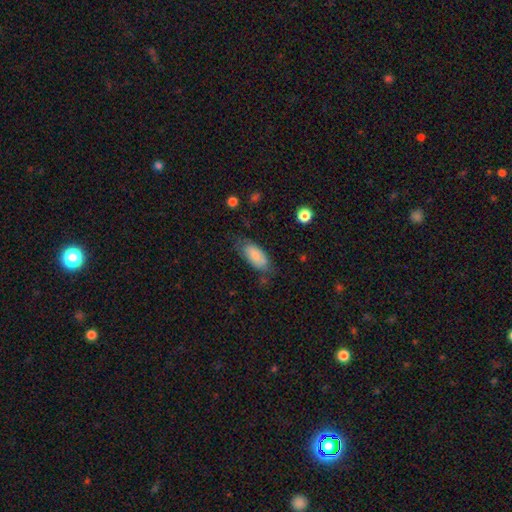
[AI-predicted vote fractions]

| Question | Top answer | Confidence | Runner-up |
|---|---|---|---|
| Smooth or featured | smooth | 80% | featured or disk (13%) |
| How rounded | in between | 90% | cigar-shaped (8%) |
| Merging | none | 59% | minor disturbance (28%) |